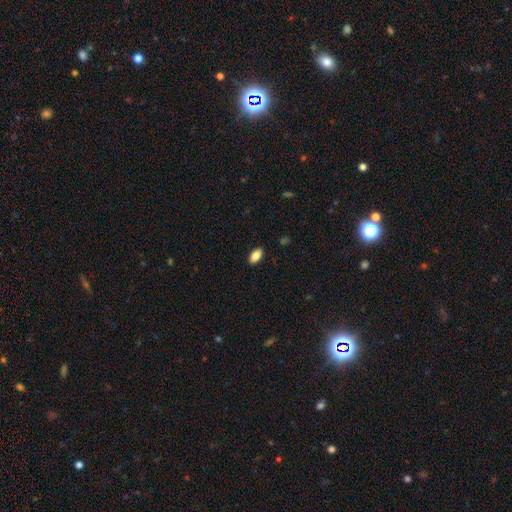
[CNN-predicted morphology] smooth-or-featured: smooth: 86% | star or artifact: 7% | featured or disk: 6%
  how-rounded: in between: 93% | round: 4% | cigar-shaped: 3%
  merging: none: 89% | minor disturbance: 8% | major disturbance: 2% | merger: 1%